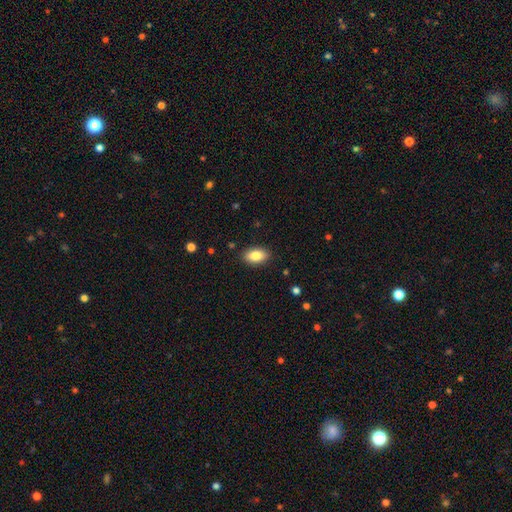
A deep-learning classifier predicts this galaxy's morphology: The model was most divided on "smooth or featured": smooth: 85%, featured or disk: 8%, star or artifact: 7%. More confident: how rounded — in between (92%); merging — none (88%).